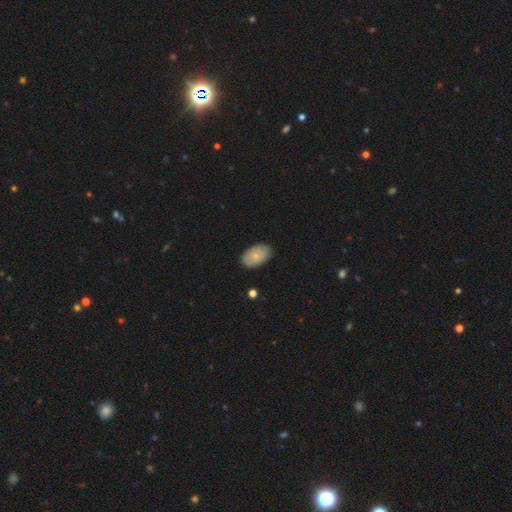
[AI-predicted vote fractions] Smooth or featured? Predicted: smooth (p=0.73). How rounded? Predicted: in between (p=0.93). Merging? Predicted: none (p=0.85).